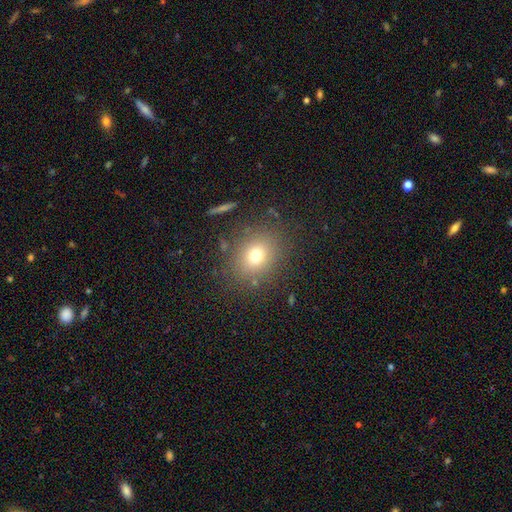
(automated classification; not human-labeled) Smooth or featured? Predicted: smooth (p=0.72). How rounded? Predicted: round (p=0.62). Merging? Predicted: none (p=0.83).